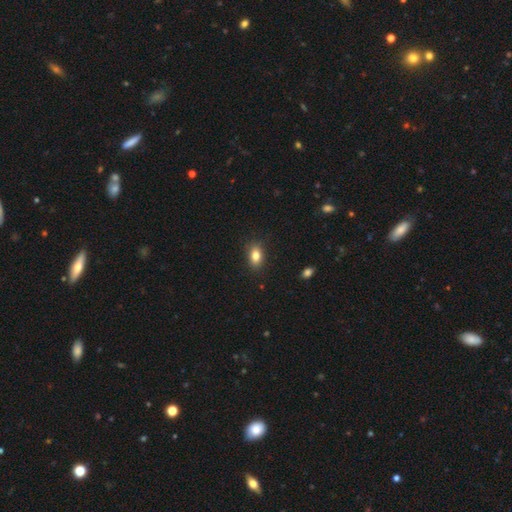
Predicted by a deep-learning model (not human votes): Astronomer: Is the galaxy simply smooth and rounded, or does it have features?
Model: smooth — 83%.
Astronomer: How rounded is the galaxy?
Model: in between — 85%.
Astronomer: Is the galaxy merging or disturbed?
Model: none — 86%.